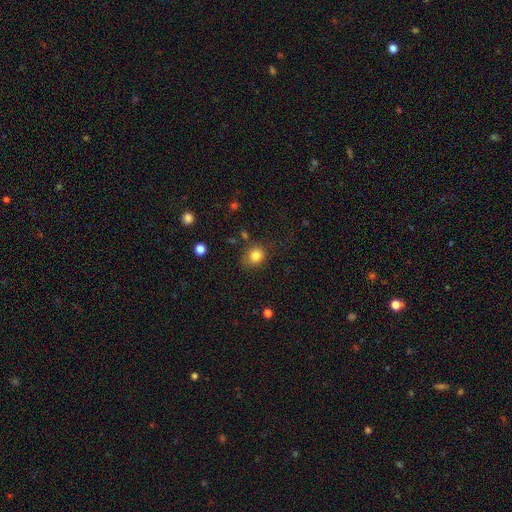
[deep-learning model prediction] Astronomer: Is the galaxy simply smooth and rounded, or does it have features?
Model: smooth — 83%.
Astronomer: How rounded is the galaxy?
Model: round — 66%.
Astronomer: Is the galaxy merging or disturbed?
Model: none — 71%.